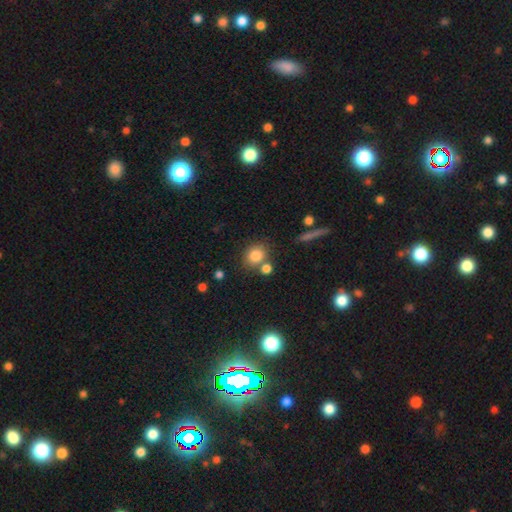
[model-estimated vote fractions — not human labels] Smooth or featured? smooth (82%)
How rounded? round (68%)
Merging? none (66%)